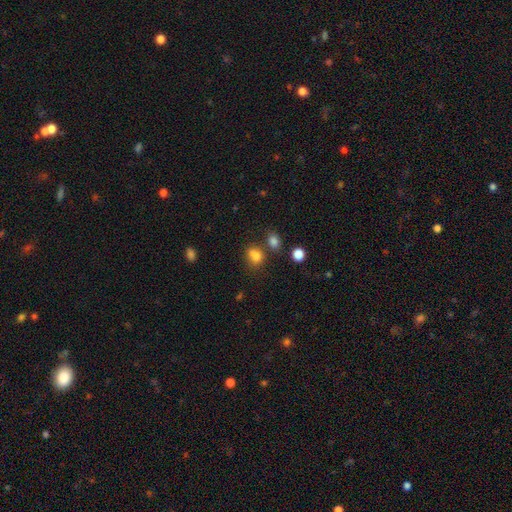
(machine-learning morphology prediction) smooth-or-featured: smooth: 77% | star or artifact: 14% | featured or disk: 9%
  how-rounded: round: 56% | in between: 43% | cigar-shaped: 1%
  merging: none: 50% | merger: 29% | minor disturbance: 15% | major disturbance: 6%